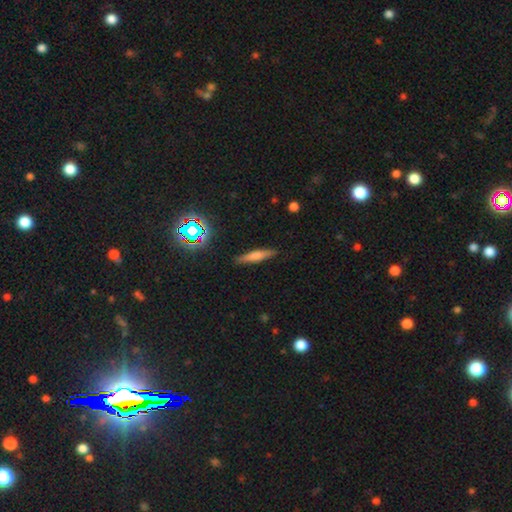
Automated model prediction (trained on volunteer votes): smooth_or_featured: smooth (p=0.61) [alt: featured or disk p=0.28]
how_rounded: cigar-shaped (p=0.84) [alt: in between p=0.13]
merging: none (p=0.88) [alt: minor disturbance p=0.08]